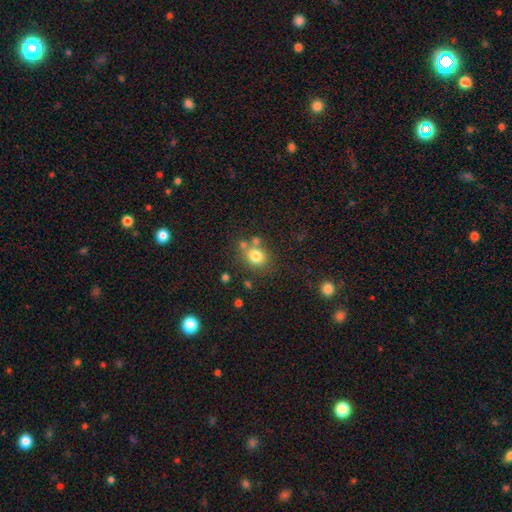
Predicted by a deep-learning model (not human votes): smooth 79%, star or artifact 12%, featured or disk 9%. Down the decision tree: how rounded — round (66%); merging — none (66%).